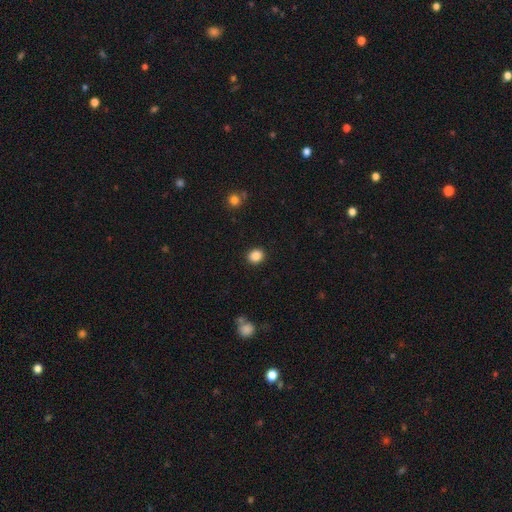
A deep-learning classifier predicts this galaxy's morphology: A smooth galaxy with no disk features (87%) that is round (75%). Merging: none (91%).